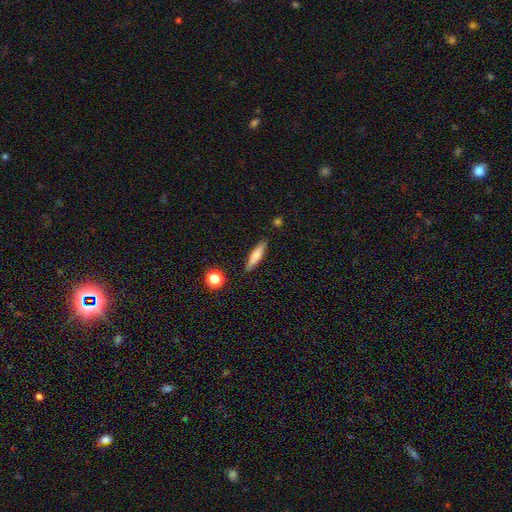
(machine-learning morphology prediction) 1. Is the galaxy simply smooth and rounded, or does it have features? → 69% smooth, 24% featured or disk, 7% star or artifact.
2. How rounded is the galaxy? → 77% cigar-shaped, 21% in between, 2% round.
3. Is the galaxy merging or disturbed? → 88% none, 8% minor disturbance, 2% major disturbance, 2% merger.